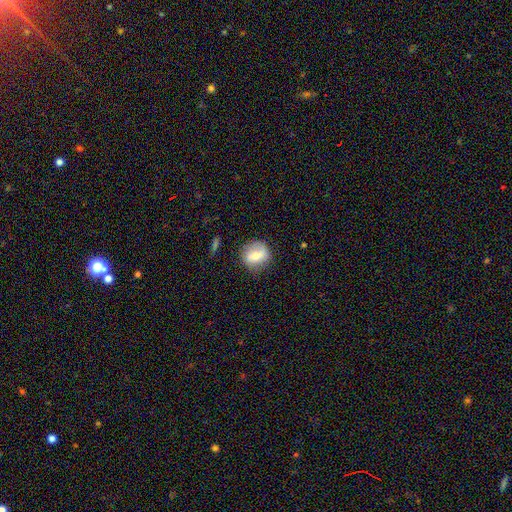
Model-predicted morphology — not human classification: Smooth or featured? Predicted: smooth (p=0.62). How rounded? Predicted: round (p=0.80). Merging? Predicted: none (p=0.79).